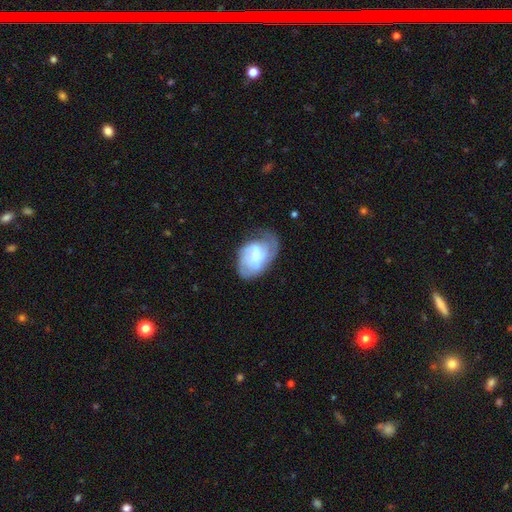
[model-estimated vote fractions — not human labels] Q: Smooth or featured?
A: featured or disk (62%); runner-up: smooth (31%)
Q: Edge-on disk?
A: no (97%); runner-up: yes (3%)
Q: Bar?
A: weak (45%); runner-up: no (44%)
Q: Spiral arms?
A: yes (81%); runner-up: no (19%)
Q: Bulge size?
A: small (40%); runner-up: moderate (35%)
Q: Merging?
A: none (49%); runner-up: minor disturbance (29%)